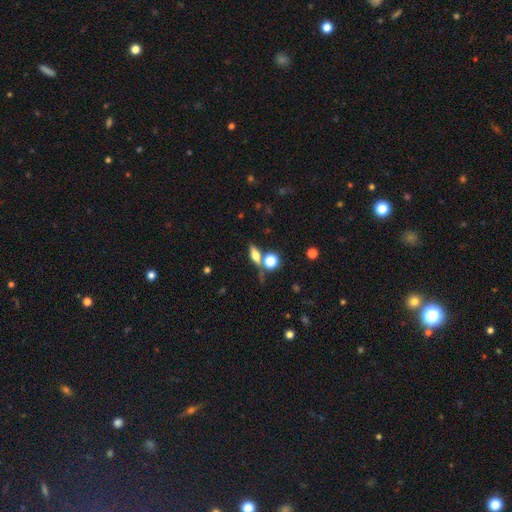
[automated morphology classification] Smooth or featured?
  - smooth: 53% *
  - featured or disk: 35%
  - star or artifact: 12%
How rounded?
  - in between: 50% *
  - cigar-shaped: 32%
  - round: 18%
Merging?
  - none: 62% *
  - merger: 21%
  - minor disturbance: 12%
  - major disturbance: 5%